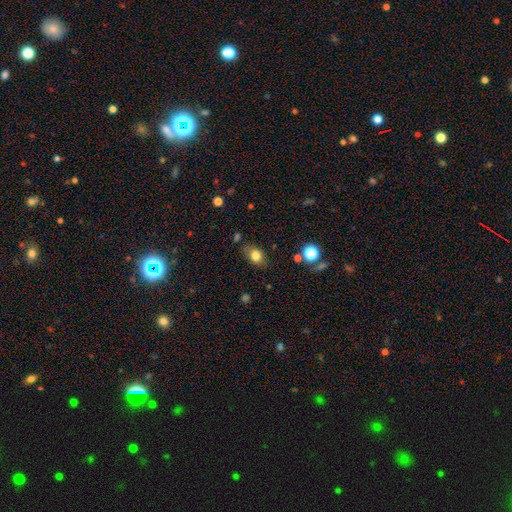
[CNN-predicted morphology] Q: Smooth or featured?
A: smooth (80%); runner-up: star or artifact (11%)
Q: How rounded?
A: in between (68%); runner-up: round (31%)
Q: Merging?
A: none (74%); runner-up: minor disturbance (18%)